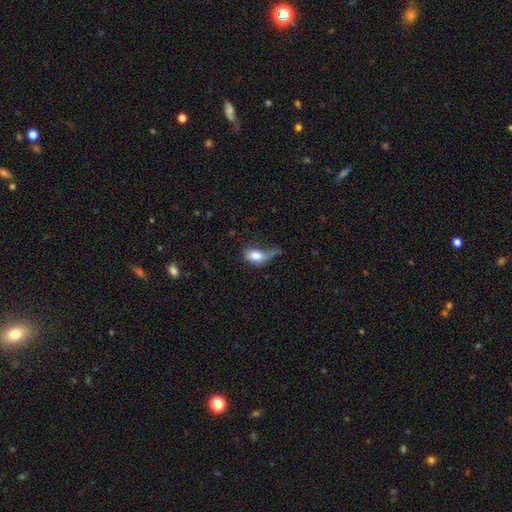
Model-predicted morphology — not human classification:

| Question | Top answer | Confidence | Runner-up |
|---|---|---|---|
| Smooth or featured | smooth | 74% | featured or disk (18%) |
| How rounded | in between | 84% | round (12%) |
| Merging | major disturbance | 47% | minor disturbance (26%) |